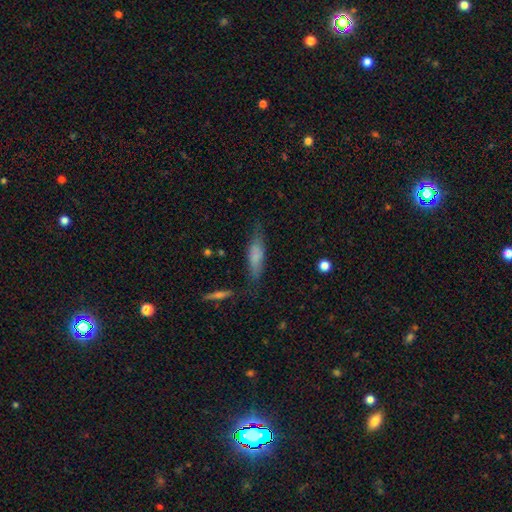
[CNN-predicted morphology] Overall: smooth (69%). How rounded: cigar-shaped (64%; in between 34%). Merging: none (69%).